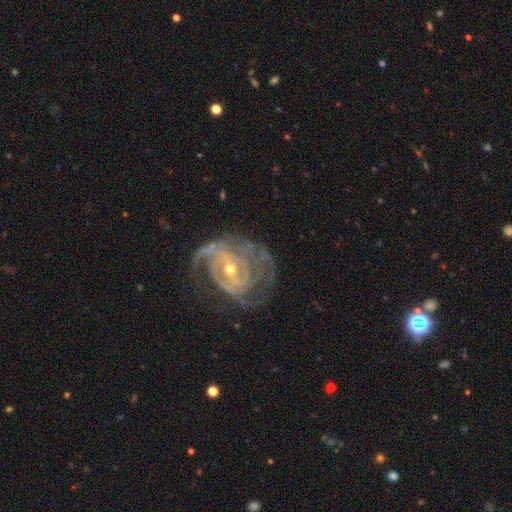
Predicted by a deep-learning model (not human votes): smooth_or_featured: featured or disk (p=0.86) [alt: star or artifact p=0.08]
disk_edge_on: no (p=0.97) [alt: yes p=0.03]
bar: weak (p=0.40) [alt: no p=0.36]
has_spiral_arms: yes (p=0.93) [alt: no p=0.07]
spiral_winding: tight (p=0.55) [alt: medium p=0.35]
spiral_arm_count: 2 (p=0.35) [alt: can't tell p=0.27]
bulge_size: small (p=0.64) [alt: moderate p=0.33]
merging: none (p=0.58) [alt: major disturbance p=0.21]